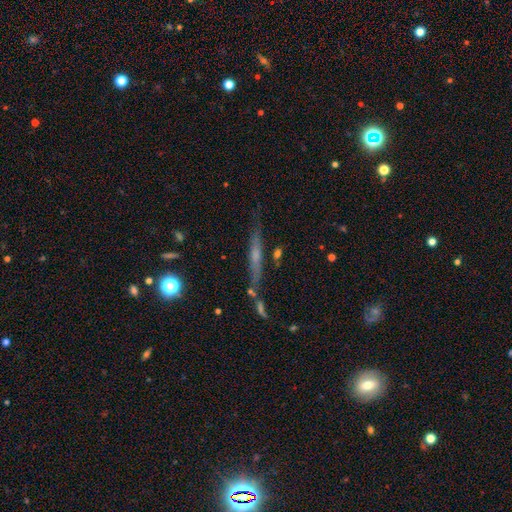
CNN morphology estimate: The model was most divided on "edge-on bulge": none: 47%, rounded: 42%, boxy: 11%. More confident: edge-on disk — yes (91%); merging — none (72%); smooth or featured — featured or disk (57%).